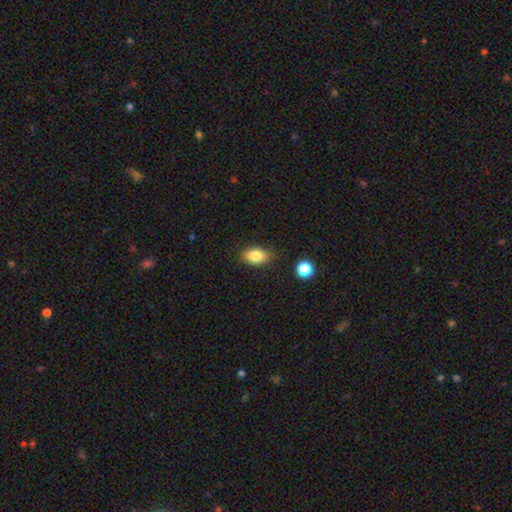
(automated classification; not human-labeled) smooth-or-featured: smooth: 82% | star or artifact: 9% | featured or disk: 9%
  how-rounded: in between: 83% | round: 14% | cigar-shaped: 3%
  merging: none: 80% | minor disturbance: 15% | major disturbance: 3% | merger: 2%